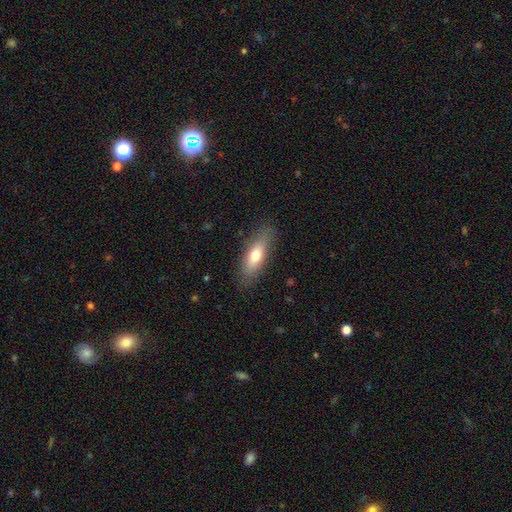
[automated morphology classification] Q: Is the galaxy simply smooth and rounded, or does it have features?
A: smooth — 68%.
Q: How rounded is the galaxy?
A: in between — 57%.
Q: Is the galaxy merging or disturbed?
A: none — 82%.